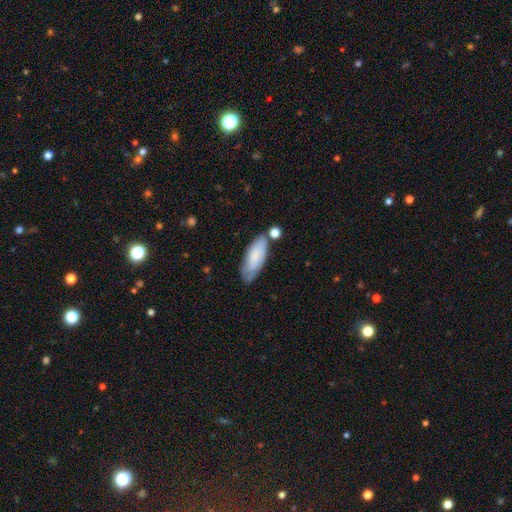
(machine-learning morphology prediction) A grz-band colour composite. It shows a smooth galaxy with no disk features (75%) that is in between round and cigar-shaped (72%). Merging: none (63%).